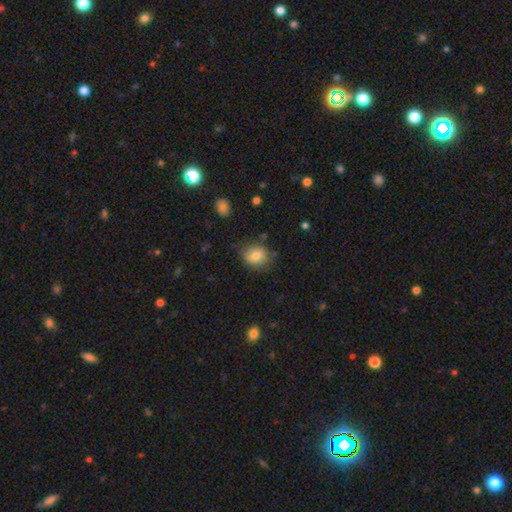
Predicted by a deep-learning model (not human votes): smooth 76%, featured or disk 15%, star or artifact 9%. Down the decision tree: how rounded — round (63%); merging — none (69%).